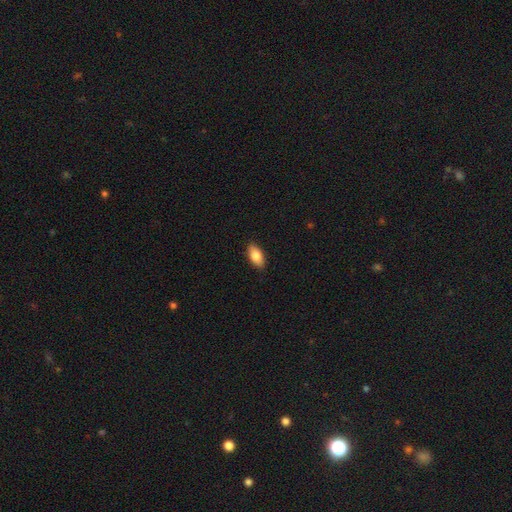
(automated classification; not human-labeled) smooth_or_featured: smooth (p=0.83) [alt: featured or disk p=0.11]
how_rounded: in between (p=0.90) [alt: cigar-shaped p=0.07]
merging: none (p=0.89) [alt: minor disturbance p=0.08]